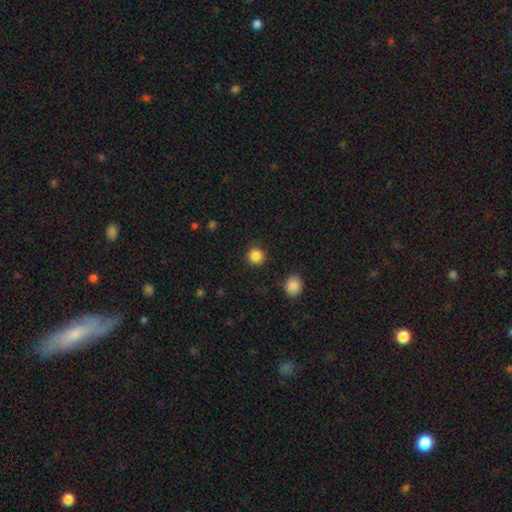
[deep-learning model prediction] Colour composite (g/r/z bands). It shows a smooth galaxy with no disk features (86%) that is round (93%). Merging: none (90%).